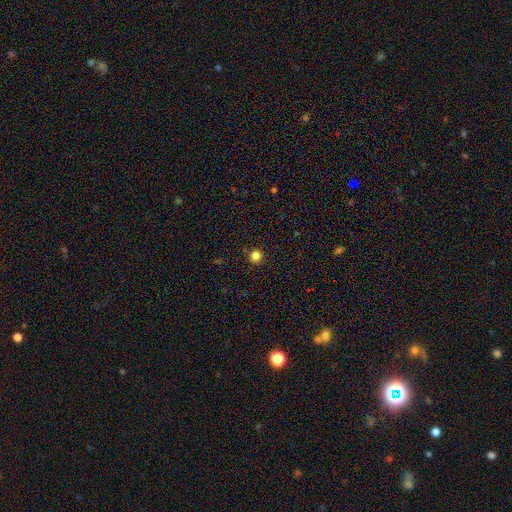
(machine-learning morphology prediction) Q: Smooth or featured?
A: smooth (82%); runner-up: star or artifact (14%)
Q: How rounded?
A: round (96%); runner-up: in between (3%)
Q: Merging?
A: none (93%); runner-up: minor disturbance (4%)